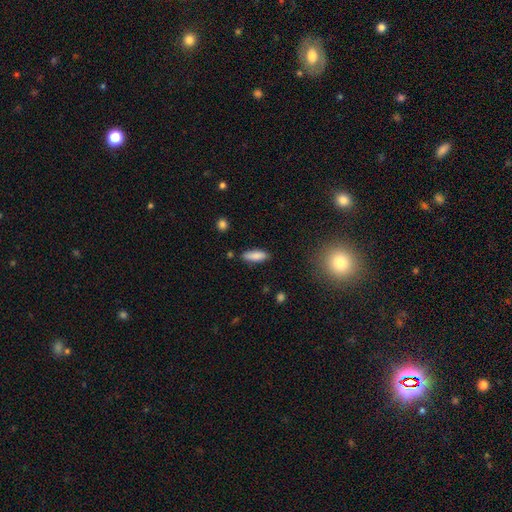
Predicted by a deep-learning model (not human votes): A smooth galaxy with no disk features (85%) that is in between round and cigar-shaped (58%).

Vote fractions:
- Smooth or featured? smooth: 85% / featured or disk: 8% / star or artifact: 7%
- How rounded? in between: 58% / cigar-shaped: 40% / round: 2%
- Merging? none: 85% / minor disturbance: 10% / major disturbance: 2% / merger: 2%